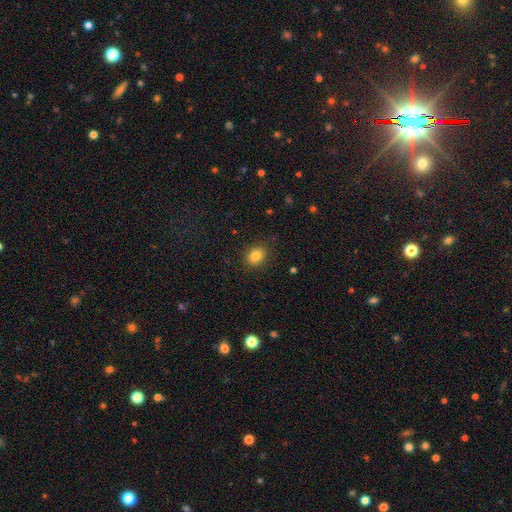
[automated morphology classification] Overall: smooth (83%). How rounded: round (57%; in between 42%). Merging: none (88%).